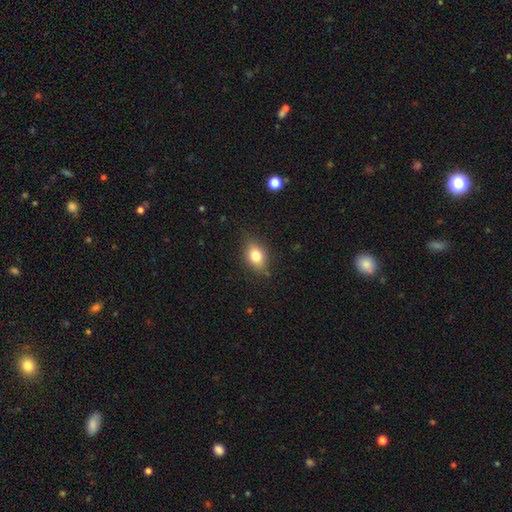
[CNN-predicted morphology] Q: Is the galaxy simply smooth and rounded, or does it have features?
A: smooth — 78%.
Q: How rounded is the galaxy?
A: in between — 72%.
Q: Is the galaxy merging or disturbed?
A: none — 79%.